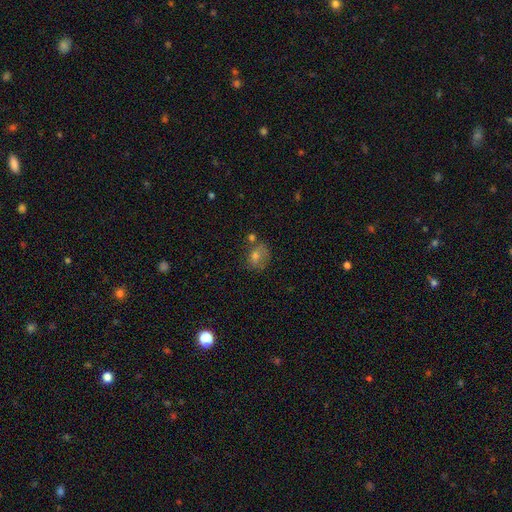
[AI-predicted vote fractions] smooth 59%, featured or disk 21%, star or artifact 20%. Down the decision tree: how rounded — round (53%); merging — none (54%).